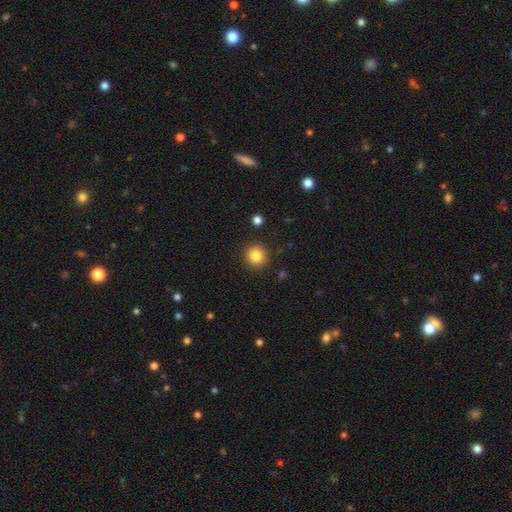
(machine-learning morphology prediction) Smooth or featured: smooth — 84% (star or artifact — 10%)
How rounded: round — 92% (in between — 7%)
Merging: none — 90% (minor disturbance — 6%)